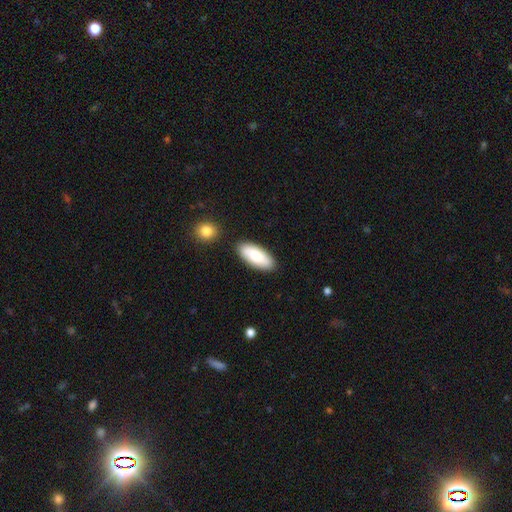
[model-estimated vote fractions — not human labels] A smooth galaxy with no disk features (84%) that is in between round and cigar-shaped (82%). Merging: none (84%).